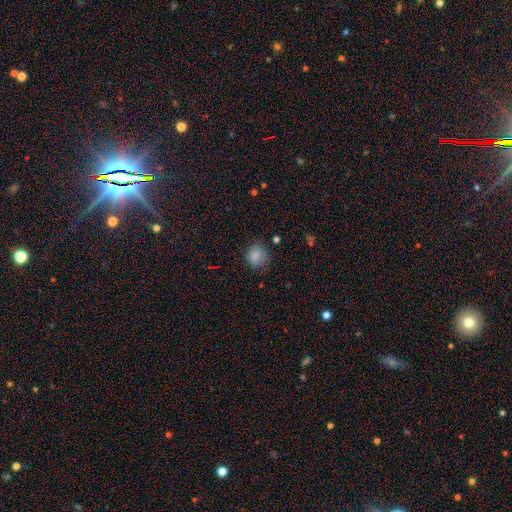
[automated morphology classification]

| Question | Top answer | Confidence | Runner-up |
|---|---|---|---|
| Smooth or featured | smooth | 82% | star or artifact (11%) |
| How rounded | round | 76% | in between (23%) |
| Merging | none | 71% | minor disturbance (21%) |